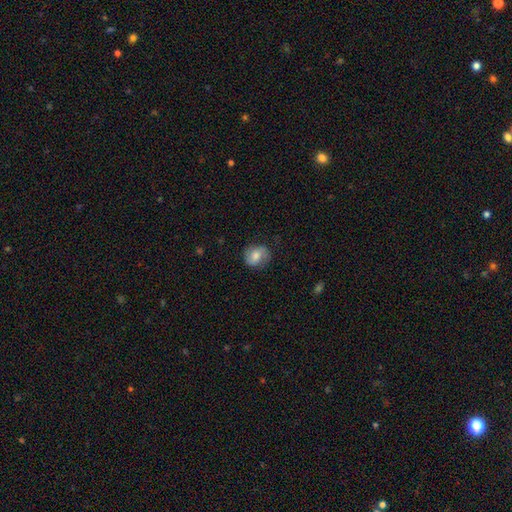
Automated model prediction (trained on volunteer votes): Smooth or featured?
  - smooth: 63% *
  - featured or disk: 29%
  - star or artifact: 8%
How rounded?
  - round: 64% *
  - in between: 35%
  - cigar-shaped: 1%
Merging?
  - none: 77% *
  - minor disturbance: 16%
  - major disturbance: 5%
  - merger: 1%